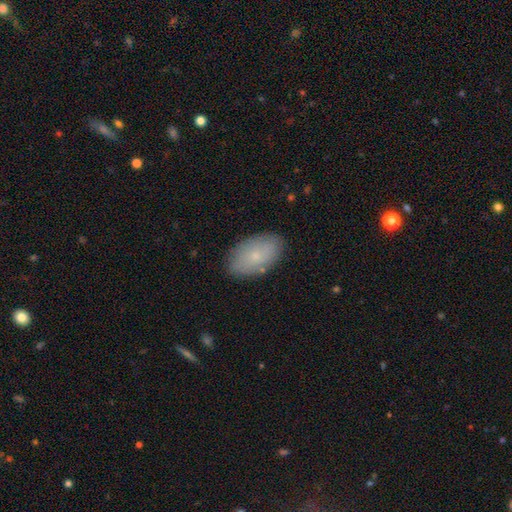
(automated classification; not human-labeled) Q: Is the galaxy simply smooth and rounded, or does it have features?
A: smooth — 74%.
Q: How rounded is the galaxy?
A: in between — 94%.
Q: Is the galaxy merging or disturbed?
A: none — 84%.